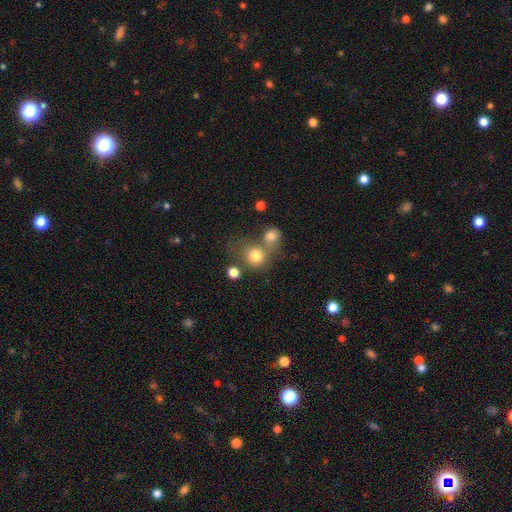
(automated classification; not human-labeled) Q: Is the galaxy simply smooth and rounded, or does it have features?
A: smooth — 77%.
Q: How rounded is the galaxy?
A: round — 81%.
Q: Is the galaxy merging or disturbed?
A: none — 45%.